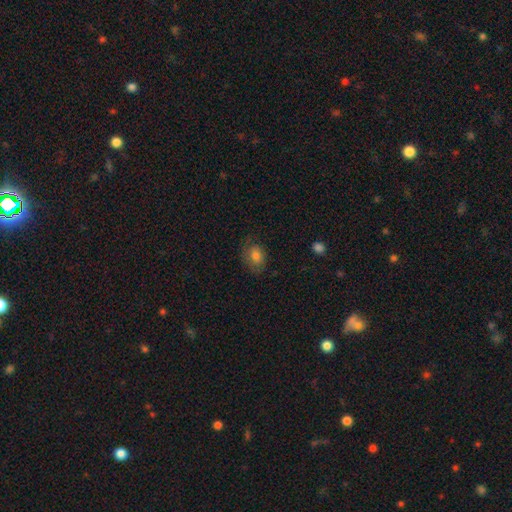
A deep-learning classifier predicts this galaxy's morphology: type=smooth (75%); roundness=in between (73%); merging=none (69%).